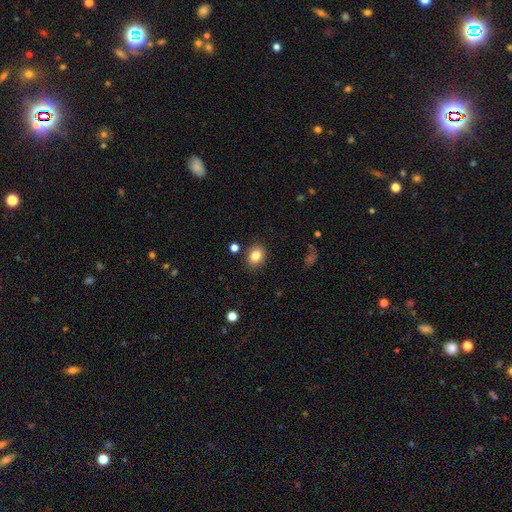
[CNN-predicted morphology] Smooth or featured? Predicted: smooth (p=0.84). How rounded? Predicted: round (p=0.55). Merging? Predicted: none (p=0.85).